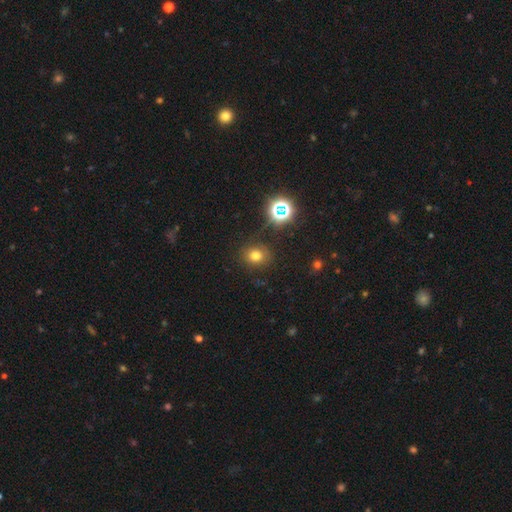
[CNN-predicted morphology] A smooth galaxy with no disk features (69%) that is round (71%). Merging: none (83%).